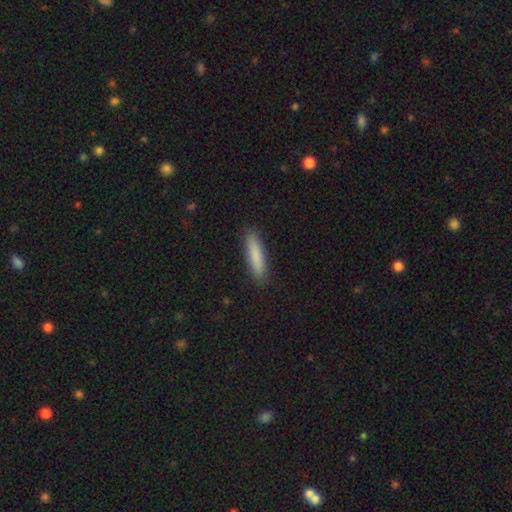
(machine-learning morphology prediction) This appears to be a smooth galaxy with no disk features (85%) that is cigar-shaped (83%). Merging: none (90%).